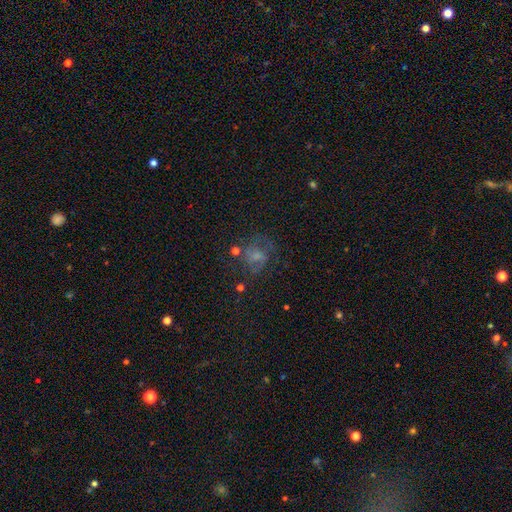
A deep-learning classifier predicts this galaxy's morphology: Smooth or featured?
  - featured or disk: 43% *
  - smooth: 37%
  - star or artifact: 20%
Merging?
  - none: 47% *
  - major disturbance: 28%
  - minor disturbance: 20%
  - merger: 5%